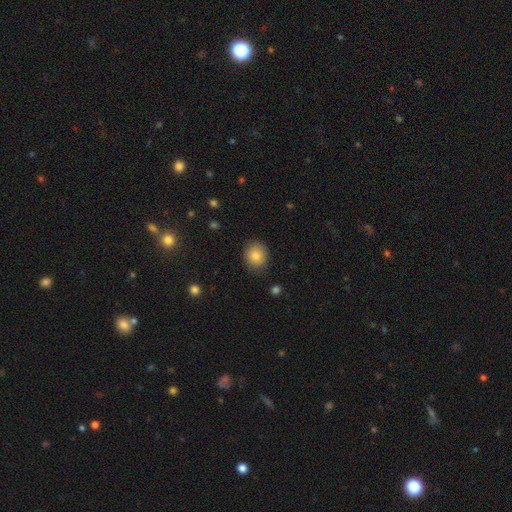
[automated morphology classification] A smooth galaxy with no disk features (81%) that is round (75%).

Vote fractions:
- Smooth or featured? smooth: 81% / star or artifact: 10% / featured or disk: 9%
- How rounded? round: 75% / in between: 24% / cigar-shaped: 1%
- Merging? none: 83% / minor disturbance: 12% / major disturbance: 3% / merger: 1%